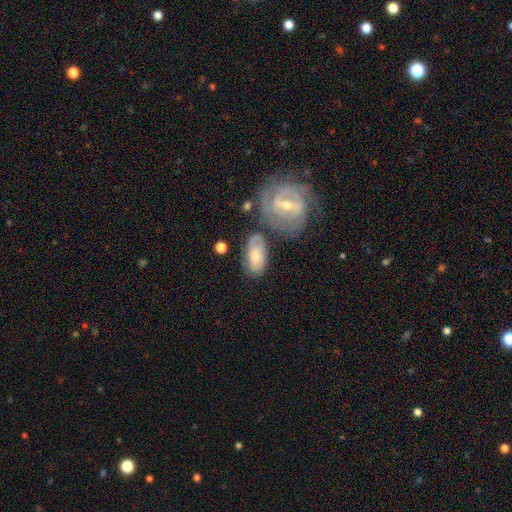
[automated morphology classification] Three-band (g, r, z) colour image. It shows a smooth galaxy with no disk features (47%). Merging: none (52%).